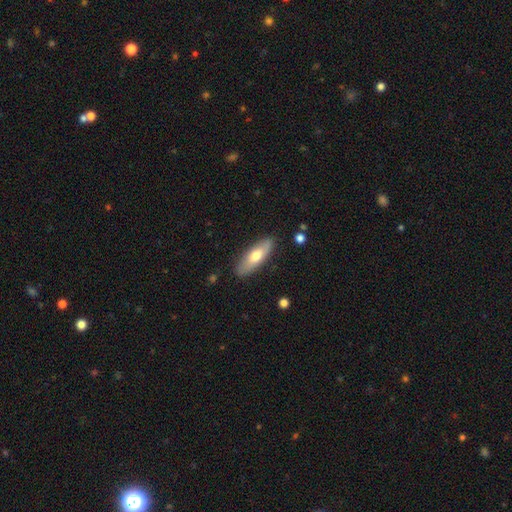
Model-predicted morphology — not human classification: The model was most divided on "smooth or featured": smooth: 61%, featured or disk: 33%, star or artifact: 5%. More confident: merging — none (85%); how rounded — in between (63%).